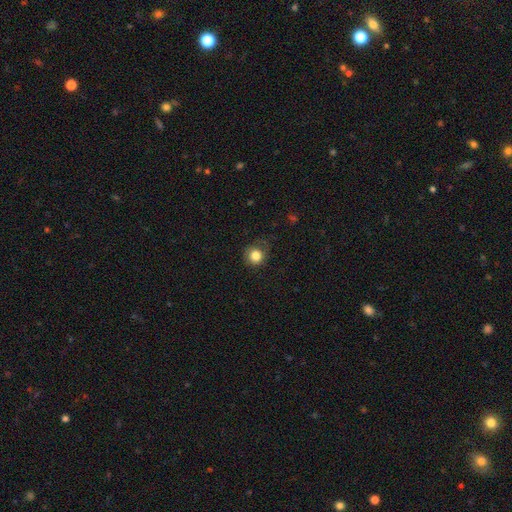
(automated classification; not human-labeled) A smooth galaxy with no disk features (83%) that is round (89%). Merging: none (71%).